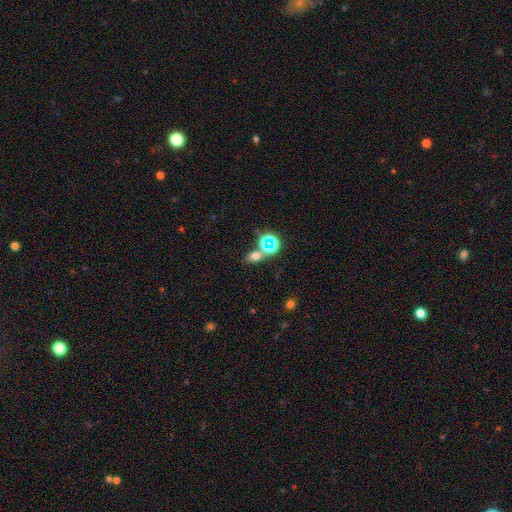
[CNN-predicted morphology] Smooth or featured? smooth (57%)
How rounded? in between (66%)
Merging? none (60%)